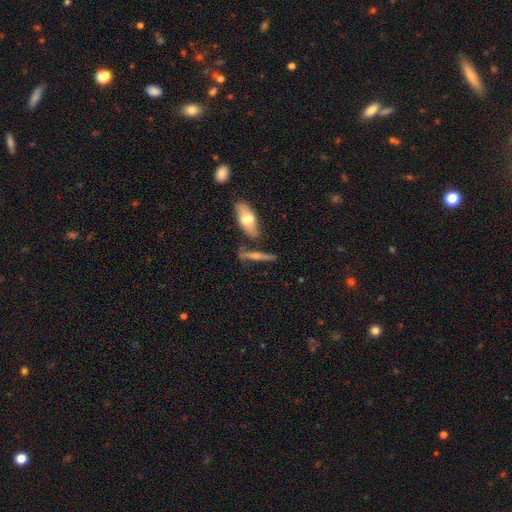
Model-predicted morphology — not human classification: Smooth or featured? Predicted: featured or disk (p=0.57). Edge-on disk? Predicted: yes (p=0.88). Merging? Predicted: none (p=0.68).